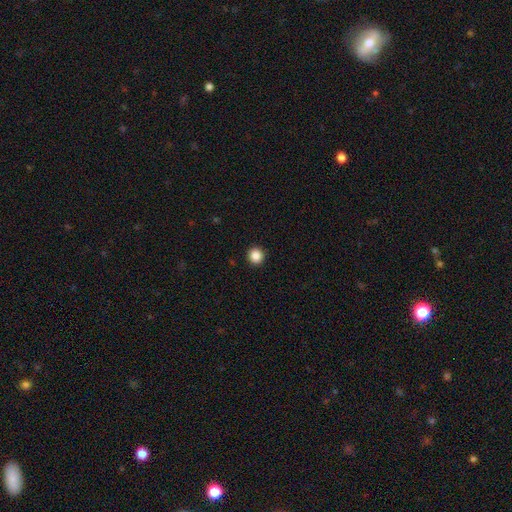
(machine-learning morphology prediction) This appears to be a smooth galaxy with no disk features (87%) that is round (94%). Merging: none (93%).